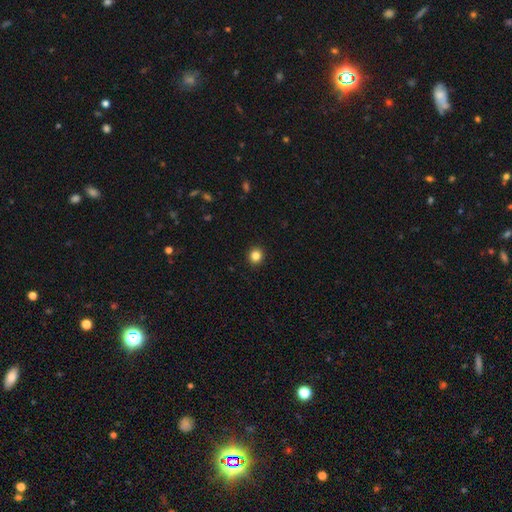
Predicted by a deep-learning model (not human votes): A smooth galaxy with no disk features (84%) that is round (89%). Merging: none (93%).